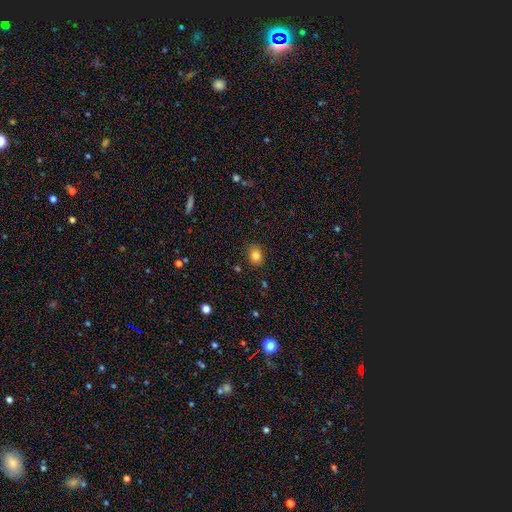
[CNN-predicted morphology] smooth-or-featured: smooth: 82% | star or artifact: 11% | featured or disk: 7%
  how-rounded: round: 54% | in between: 45% | cigar-shaped: 1%
  merging: none: 85% | minor disturbance: 11% | major disturbance: 2% | merger: 1%